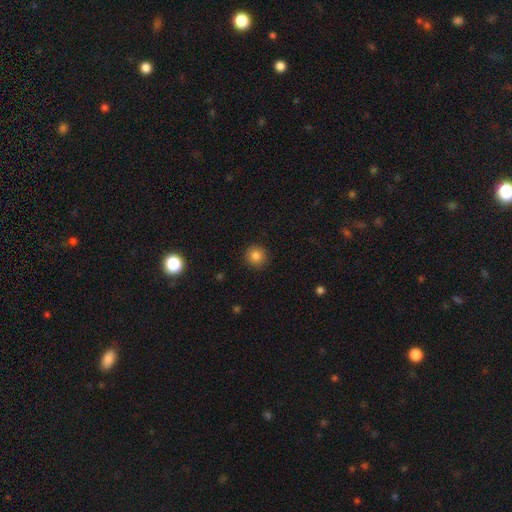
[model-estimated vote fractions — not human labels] The model was most divided on "smooth or featured": smooth: 83%, star or artifact: 10%, featured or disk: 6%. More confident: how rounded — round (93%); merging — none (91%).